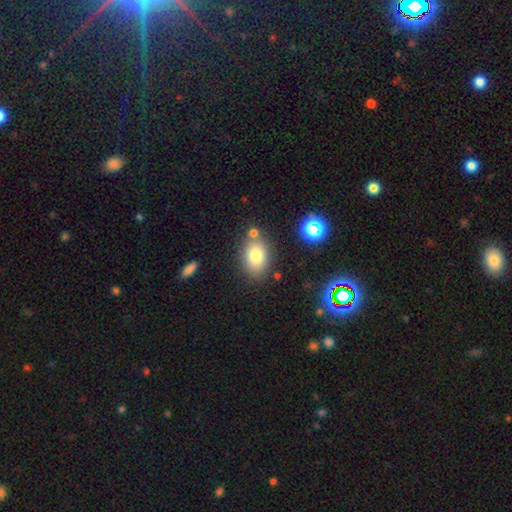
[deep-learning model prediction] Smooth or featured? Predicted: smooth (p=0.79). How rounded? Predicted: in between (p=0.80). Merging? Predicted: none (p=0.73).